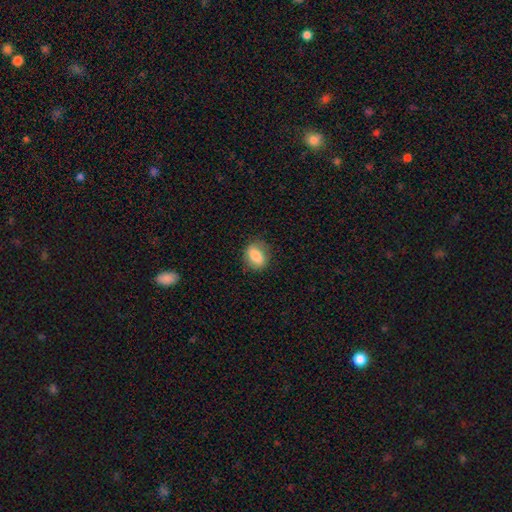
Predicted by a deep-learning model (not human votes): Q: Smooth or featured?
A: smooth (79%); runner-up: featured or disk (13%)
Q: How rounded?
A: in between (62%); runner-up: round (36%)
Q: Merging?
A: none (80%); runner-up: minor disturbance (15%)